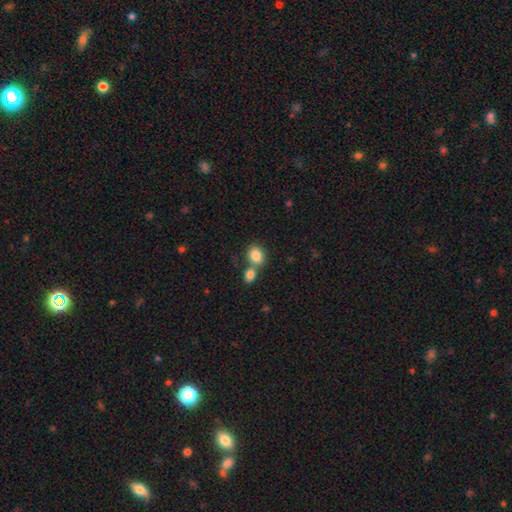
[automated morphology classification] A smooth galaxy with no disk features (85%) that is in between round and cigar-shaped (53%).

Vote fractions:
- Smooth or featured? smooth: 85% / star or artifact: 9% / featured or disk: 6%
- How rounded? in between: 53% / round: 46% / cigar-shaped: 1%
- Merging? none: 48% / merger: 40% / minor disturbance: 9% / major disturbance: 3%